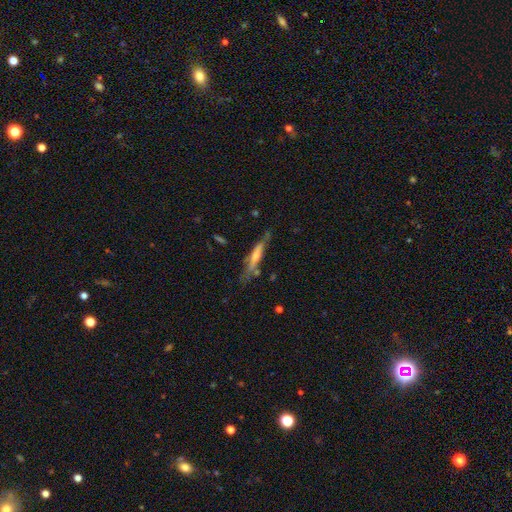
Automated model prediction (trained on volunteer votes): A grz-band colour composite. It shows a featured or disk galaxy (62%) viewed edge-on (87%) with a rounded central bulge (61%). Merging: none (66%).